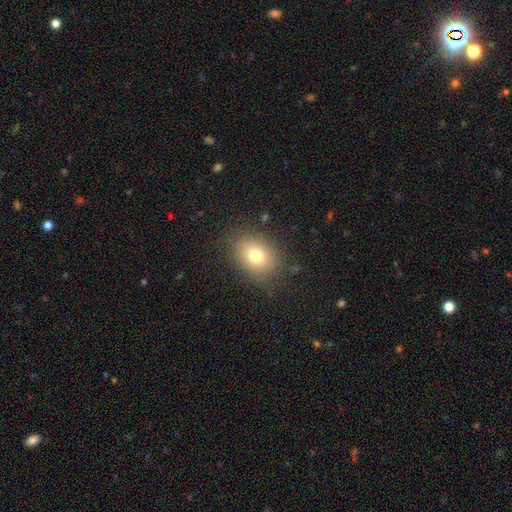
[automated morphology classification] Smooth or featured?
  - smooth: 75% *
  - featured or disk: 13%
  - star or artifact: 12%
How rounded?
  - in between: 62% *
  - round: 37%
  - cigar-shaped: 1%
Merging?
  - none: 81% *
  - minor disturbance: 13%
  - major disturbance: 5%
  - merger: 1%